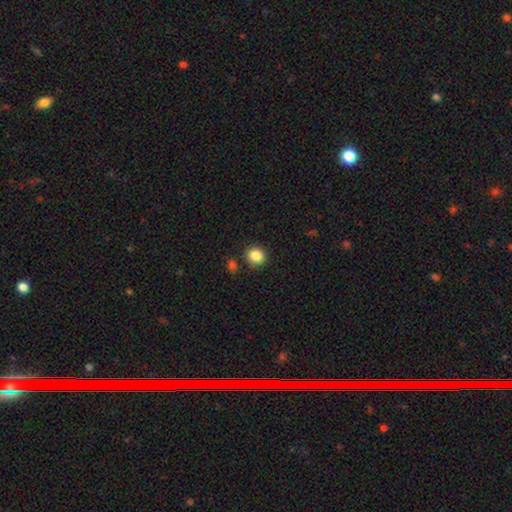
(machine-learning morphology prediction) Smooth or featured: smooth — 86% (star or artifact — 10%)
How rounded: round — 87% (in between — 12%)
Merging: none — 87% (minor disturbance — 7%)